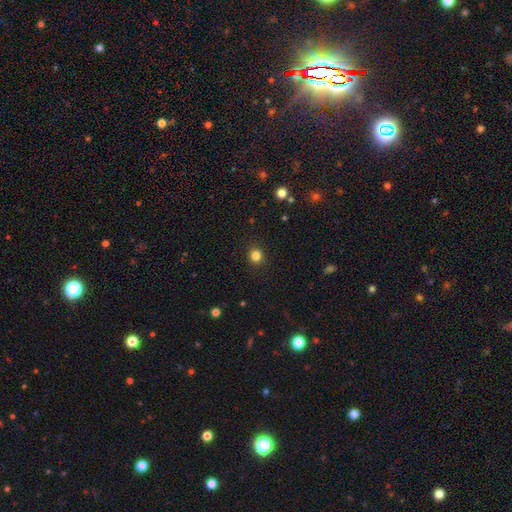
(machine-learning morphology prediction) A smooth galaxy with no disk features (83%) that is round (88%).

Vote fractions:
- Smooth or featured? smooth: 83% / star or artifact: 13% / featured or disk: 4%
- How rounded? round: 88% / in between: 11% / cigar-shaped: 1%
- Merging? none: 92% / minor disturbance: 5% / major disturbance: 2% / merger: 1%